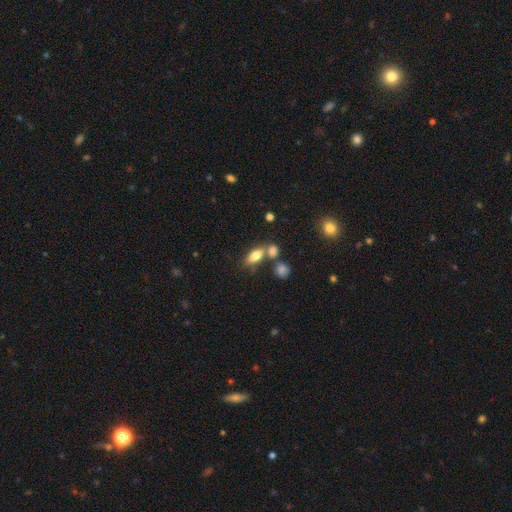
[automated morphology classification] Smooth or featured: smooth — 73% (featured or disk — 17%)
How rounded: in between — 77% (cigar-shaped — 17%)
Merging: none — 55% (merger — 28%)